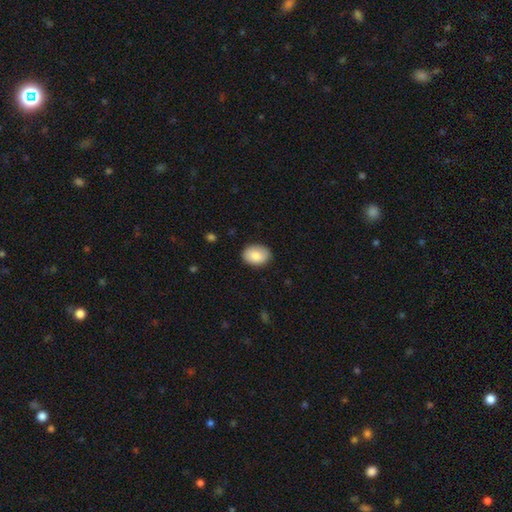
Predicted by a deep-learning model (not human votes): Overall: smooth (86%). How rounded: in between (75%). Merging: none (86%).